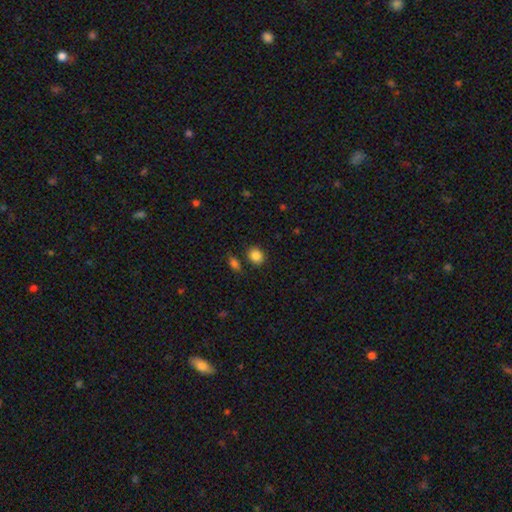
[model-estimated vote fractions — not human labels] This is clearly a smooth galaxy (86%). How rounded: likely round (61%). Merging: clearly none (80%).